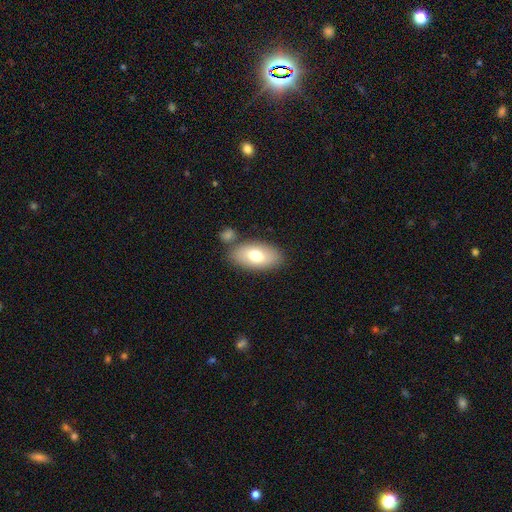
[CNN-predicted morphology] smooth 73%, featured or disk 21%, star or artifact 7%. Down the decision tree: how rounded — in between (93%); merging — none (73%).